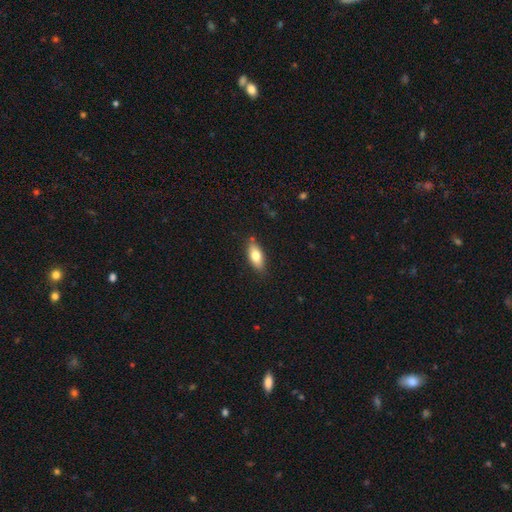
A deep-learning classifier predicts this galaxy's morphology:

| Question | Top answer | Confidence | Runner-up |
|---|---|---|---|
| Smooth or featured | smooth | 75% | featured or disk (18%) |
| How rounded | in between | 85% | cigar-shaped (12%) |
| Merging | none | 84% | minor disturbance (12%) |